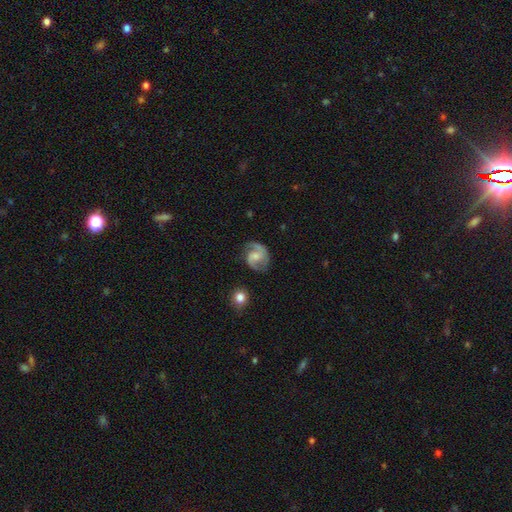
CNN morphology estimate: This appears to be a featured or disk galaxy (84%) with no bar (49%), 2 (88%) medium (55%) spiral arms (97%) and a moderate central bulge (41%). Merging: none (75%).